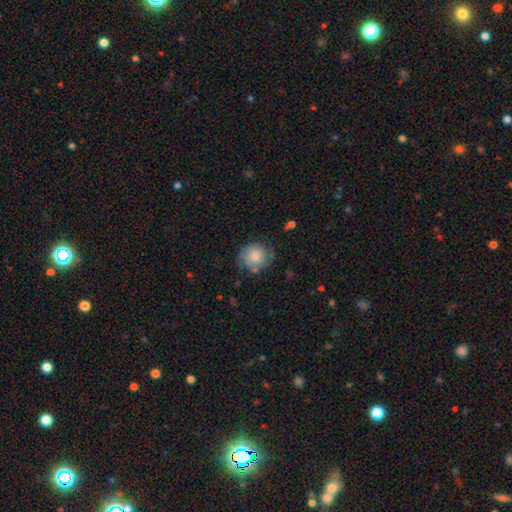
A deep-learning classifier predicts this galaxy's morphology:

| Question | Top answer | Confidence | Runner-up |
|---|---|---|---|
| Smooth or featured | smooth | 49% | featured or disk (42%) |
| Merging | none | 68% | minor disturbance (21%) |